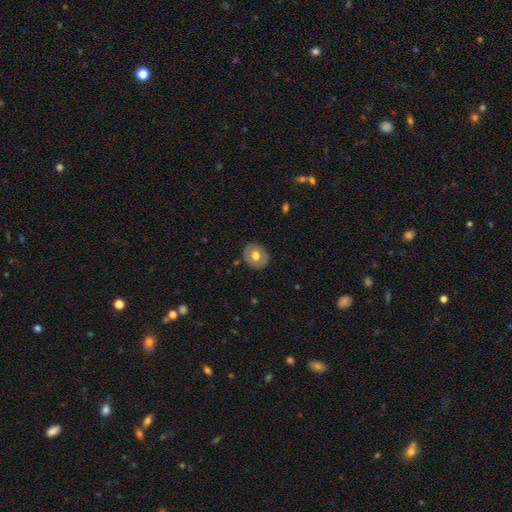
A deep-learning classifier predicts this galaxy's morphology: Q: Smooth or featured?
A: smooth (58%); runner-up: featured or disk (35%)
Q: How rounded?
A: round (67%); runner-up: in between (32%)
Q: Merging?
A: none (86%); runner-up: minor disturbance (10%)